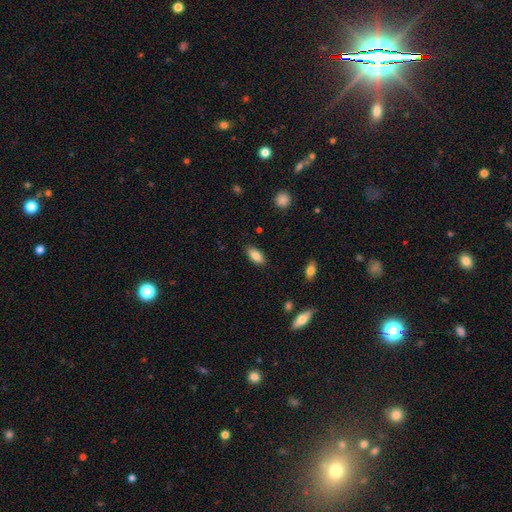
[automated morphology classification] A smooth galaxy with no disk features (83%) that is in between round and cigar-shaped (87%).

Vote fractions:
- Smooth or featured? smooth: 83% / featured or disk: 10% / star or artifact: 7%
- How rounded? in between: 87% / cigar-shaped: 11% / round: 2%
- Merging? none: 87% / minor disturbance: 10% / major disturbance: 2% / merger: 1%